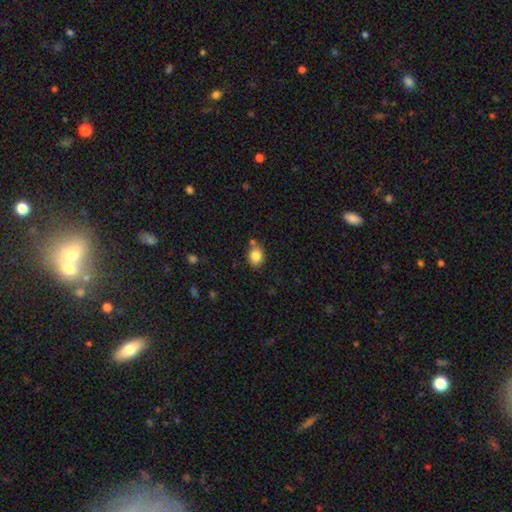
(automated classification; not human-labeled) A smooth galaxy with no disk features (84%) that is in between round and cigar-shaped (51%). Merging: none (74%).